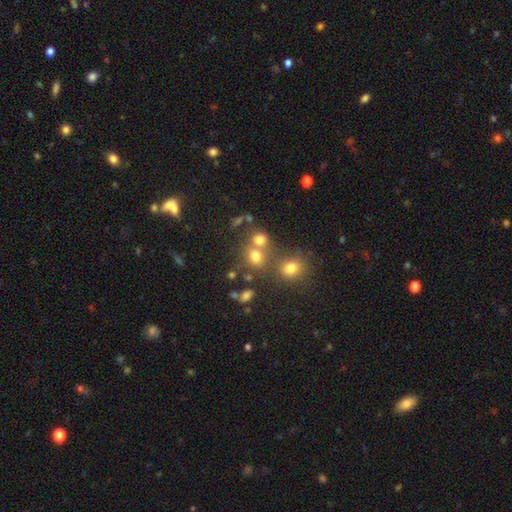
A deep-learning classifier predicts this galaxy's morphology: This is likely a smooth galaxy (71%). How rounded: likely round (74%). Merging: possibly none (50%).